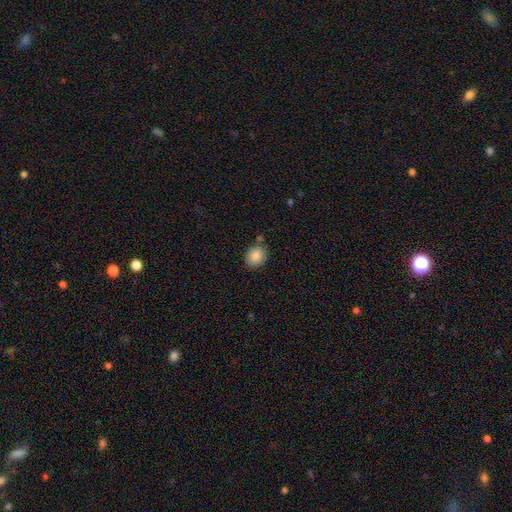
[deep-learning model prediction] A smooth galaxy with no disk features (84%) that is round (56%).

Vote fractions:
- Smooth or featured? smooth: 84% / star or artifact: 8% / featured or disk: 8%
- How rounded? round: 56% / in between: 43% / cigar-shaped: 1%
- Merging? none: 77% / minor disturbance: 13% / merger: 7% / major disturbance: 3%